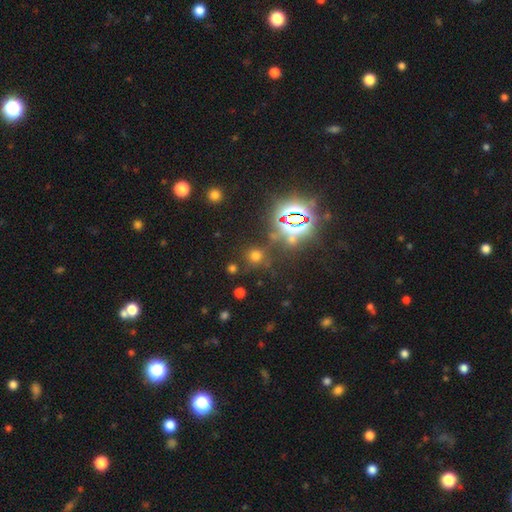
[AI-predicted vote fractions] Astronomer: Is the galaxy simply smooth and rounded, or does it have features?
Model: smooth — 53% (runner-up: star or artifact, 39%).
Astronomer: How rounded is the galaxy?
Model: round — 88%.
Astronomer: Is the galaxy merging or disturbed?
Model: none — 78%.